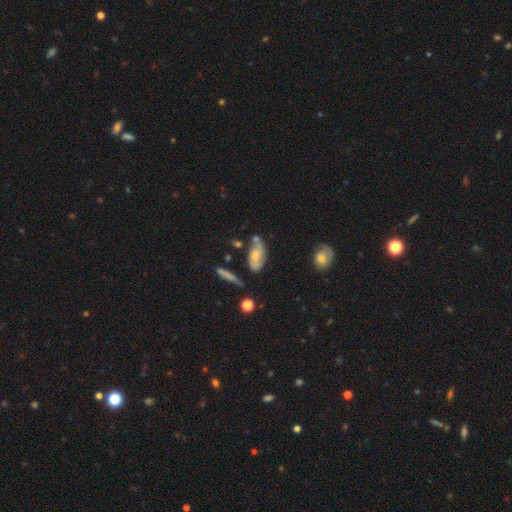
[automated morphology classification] A featured or disk galaxy (50%).

Vote fractions:
- Smooth or featured? featured or disk: 50% / smooth: 42% / star or artifact: 8%
- Edge-on disk? no: 84% / yes: 16%
- Merging? none: 54% / minor disturbance: 25% / merger: 13% / major disturbance: 8%